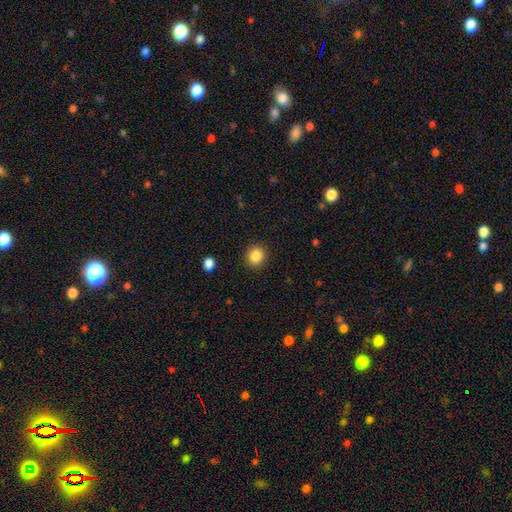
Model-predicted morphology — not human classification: A smooth galaxy with no disk features (86%) that is round (84%).

Vote fractions:
- Smooth or featured? smooth: 86% / star or artifact: 10% / featured or disk: 4%
- How rounded? round: 84% / in between: 15% / cigar-shaped: 1%
- Merging? none: 90% / minor disturbance: 6% / major disturbance: 2% / merger: 1%